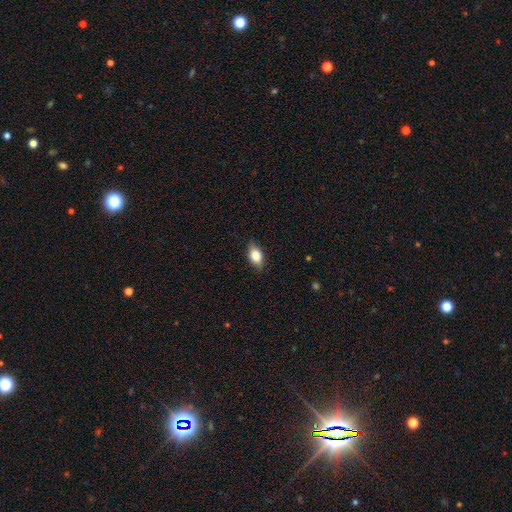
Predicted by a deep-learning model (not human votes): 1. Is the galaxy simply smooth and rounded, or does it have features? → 76% smooth, 16% featured or disk, 8% star or artifact.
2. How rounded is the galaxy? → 85% in between, 9% round, 6% cigar-shaped.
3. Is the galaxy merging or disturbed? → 82% none, 14% minor disturbance, 3% major disturbance, 1% merger.